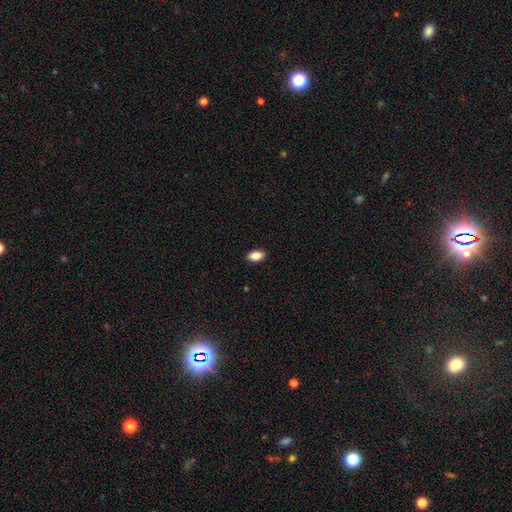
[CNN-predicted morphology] smooth-or-featured: smooth: 87% | star or artifact: 8% | featured or disk: 6%
  how-rounded: in between: 91% | round: 6% | cigar-shaped: 3%
  merging: none: 90% | minor disturbance: 8% | major disturbance: 2% | merger: 1%